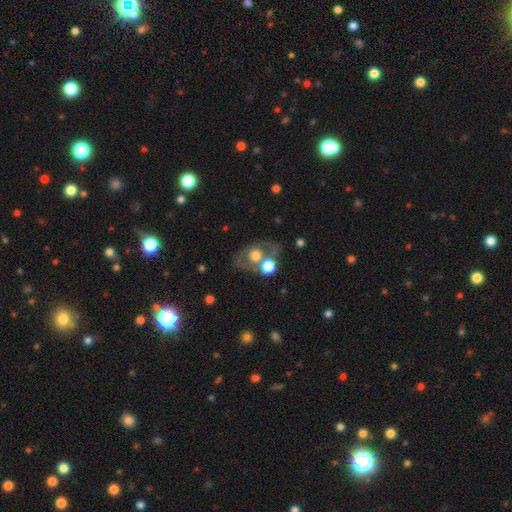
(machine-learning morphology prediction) This is possibly a smooth galaxy (49%). Merging: possibly none (45%).